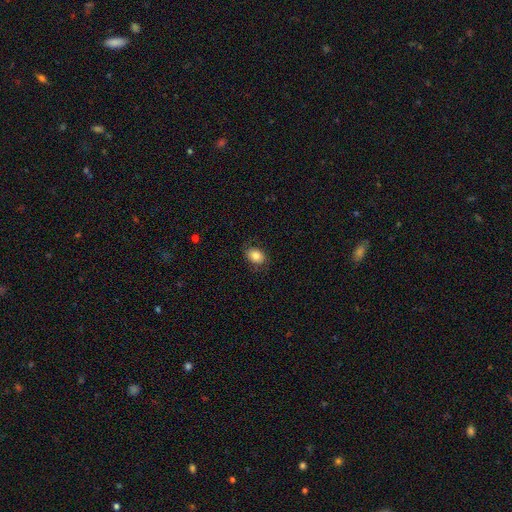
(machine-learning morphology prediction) Overall: smooth (83%). How rounded: in between (74%). Merging: none (81%).